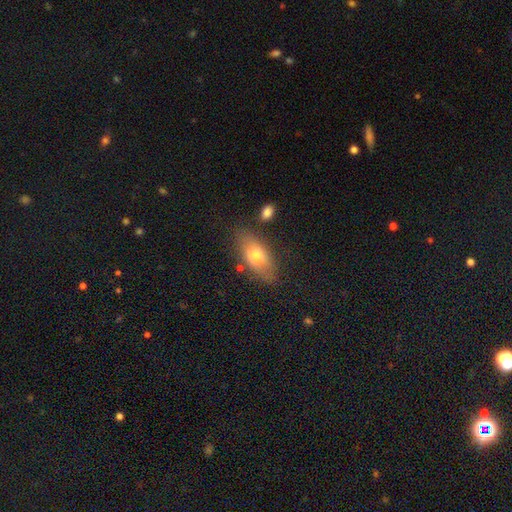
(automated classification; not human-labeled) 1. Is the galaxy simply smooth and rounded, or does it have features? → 65% smooth, 27% featured or disk, 8% star or artifact.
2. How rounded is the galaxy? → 85% in between, 10% cigar-shaped, 5% round.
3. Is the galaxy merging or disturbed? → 73% none, 17% minor disturbance, 5% merger, 5% major disturbance.